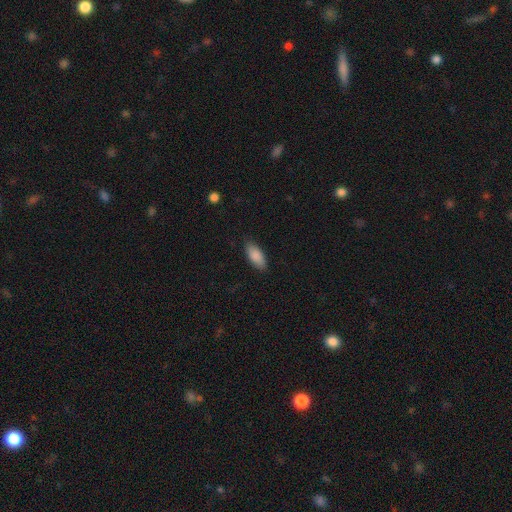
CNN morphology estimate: A smooth galaxy with no disk features (88%) that is in between round and cigar-shaped (86%).

Vote fractions:
- Smooth or featured? smooth: 88% / star or artifact: 6% / featured or disk: 5%
- How rounded? in between: 86% / cigar-shaped: 12% / round: 2%
- Merging? none: 85% / minor disturbance: 11% / major disturbance: 2% / merger: 1%